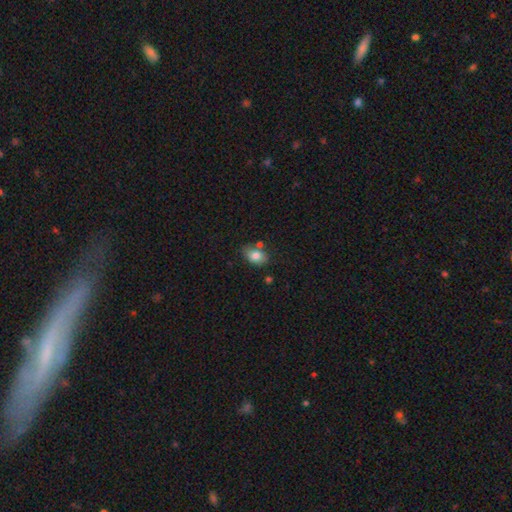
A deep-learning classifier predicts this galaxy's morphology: Smooth or featured? Predicted: smooth (p=0.80). How rounded? Predicted: in between (p=0.82). Merging? Predicted: none (p=0.67).